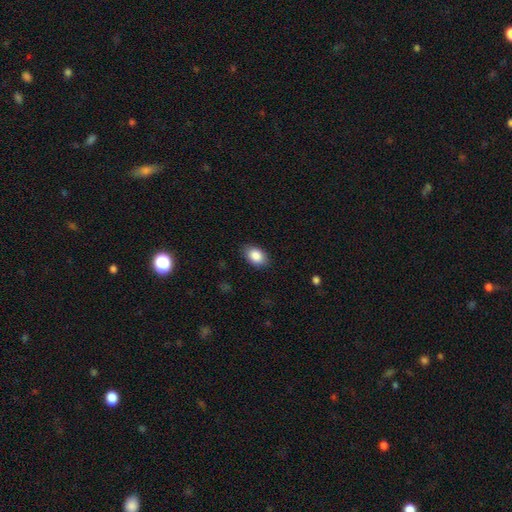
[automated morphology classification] type=smooth (87%); roundness=in between (85%); merging=none (85%).